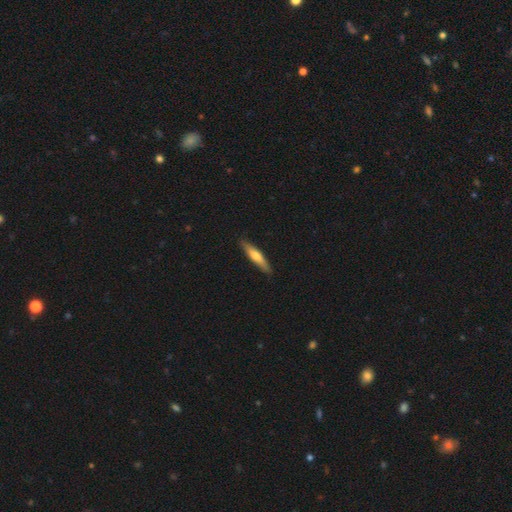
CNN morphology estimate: Smooth or featured?
  - smooth: 60% *
  - featured or disk: 35%
  - star or artifact: 5%
How rounded?
  - cigar-shaped: 85% *
  - in between: 13%
  - round: 2%
Merging?
  - none: 87% *
  - minor disturbance: 10%
  - major disturbance: 2%
  - merger: 1%